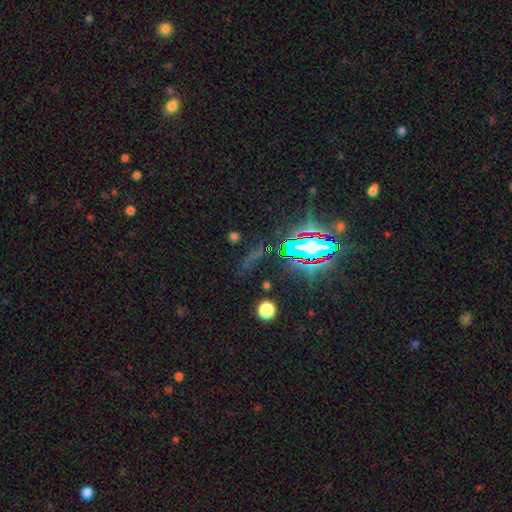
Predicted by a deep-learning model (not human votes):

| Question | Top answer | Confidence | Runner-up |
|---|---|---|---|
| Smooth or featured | star or artifact | 72% | smooth (16%) |